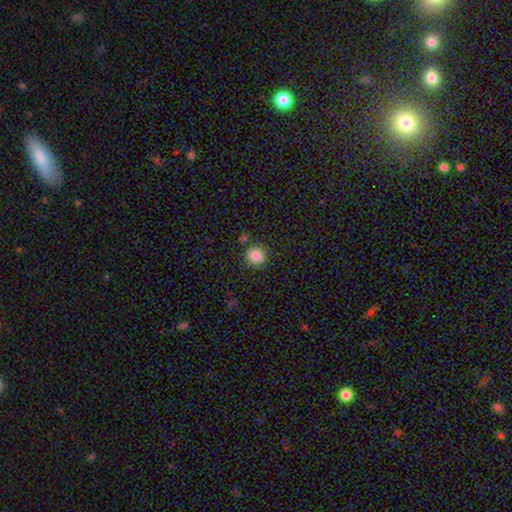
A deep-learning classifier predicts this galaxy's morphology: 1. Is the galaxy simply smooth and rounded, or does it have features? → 86% smooth, 10% star or artifact, 4% featured or disk.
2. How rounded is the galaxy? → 91% round, 8% in between, 1% cigar-shaped.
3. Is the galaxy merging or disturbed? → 85% none, 8% minor disturbance, 4% merger, 3% major disturbance.